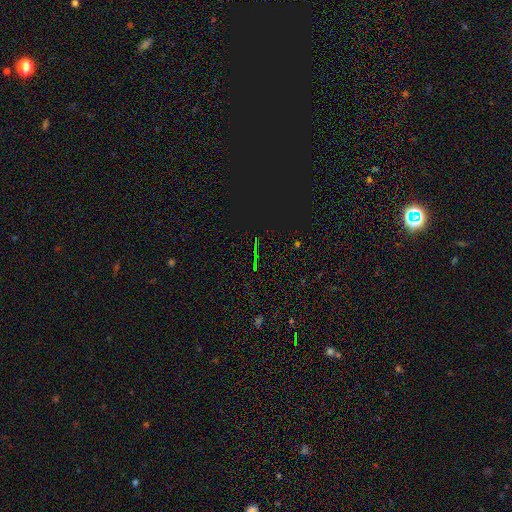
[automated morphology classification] star or artifact 79%, featured or disk 11%, smooth 10%.